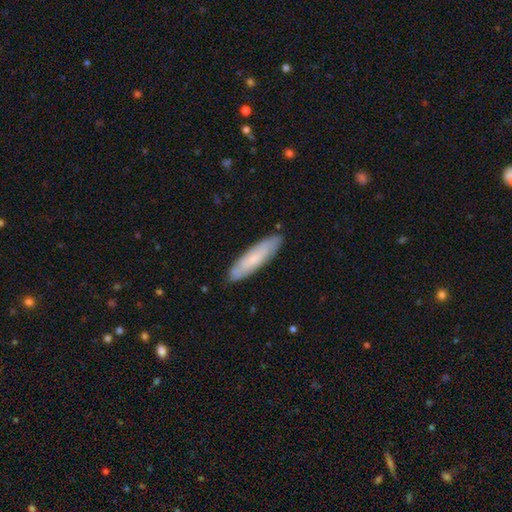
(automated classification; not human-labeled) smooth-or-featured: smooth: 60% | featured or disk: 30% | star or artifact: 10%
  how-rounded: cigar-shaped: 78% | in between: 21% | round: 2%
  merging: none: 87% | minor disturbance: 10% | major disturbance: 2% | merger: 1%